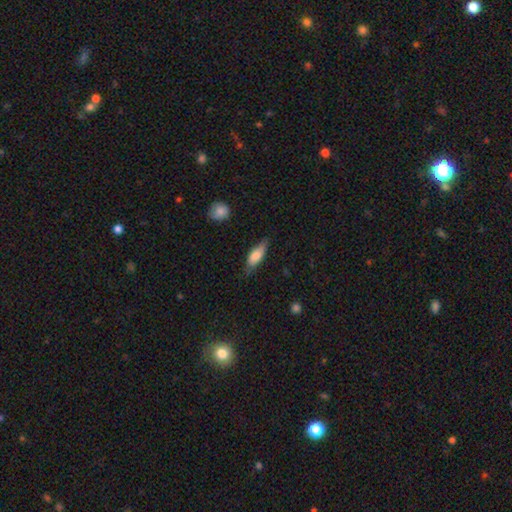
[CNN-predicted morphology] Smooth or featured? smooth (76%)
How rounded? in between (65%)
Merging? none (68%)